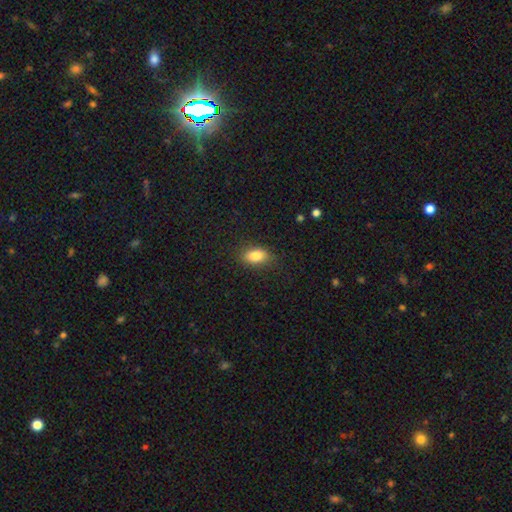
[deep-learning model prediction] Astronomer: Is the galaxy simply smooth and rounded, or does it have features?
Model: smooth — 84%.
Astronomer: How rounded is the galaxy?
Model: in between — 87%.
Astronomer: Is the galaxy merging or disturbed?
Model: none — 84%.